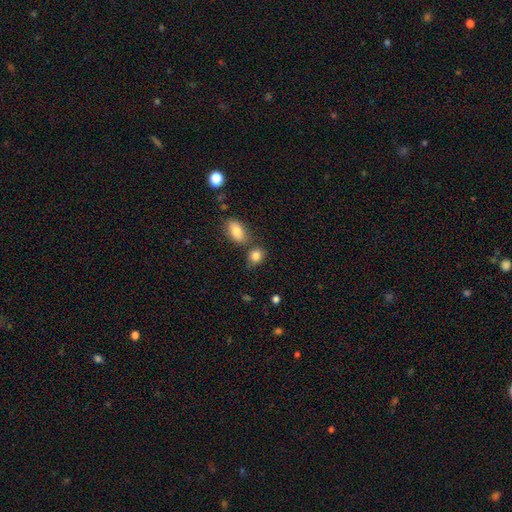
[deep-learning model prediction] A smooth galaxy with no disk features (85%) that is in between round and cigar-shaped (51%).

Vote fractions:
- Smooth or featured? smooth: 85% / star or artifact: 9% / featured or disk: 6%
- How rounded? in between: 51% / round: 47% / cigar-shaped: 2%
- Merging? none: 61% / merger: 20% / minor disturbance: 15% / major disturbance: 4%